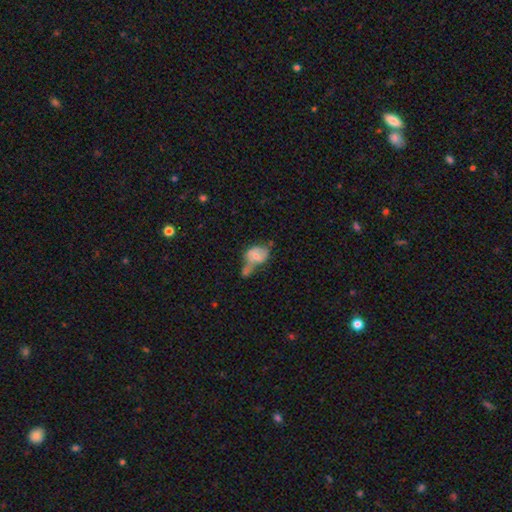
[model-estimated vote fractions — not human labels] A smooth galaxy with no disk features (52%) that is in between round and cigar-shaped (68%).

Vote fractions:
- Smooth or featured? smooth: 52% / featured or disk: 40% / star or artifact: 8%
- How rounded? in between: 68% / round: 30% / cigar-shaped: 2%
- Merging? merger: 47% / none: 18% / minor disturbance: 17% / major disturbance: 17%